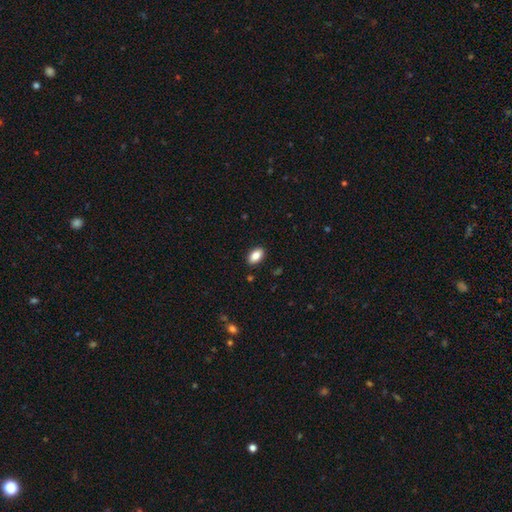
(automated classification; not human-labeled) Smooth or featured: smooth — 86% (star or artifact — 8%)
How rounded: in between — 92% (round — 6%)
Merging: none — 89% (minor disturbance — 8%)